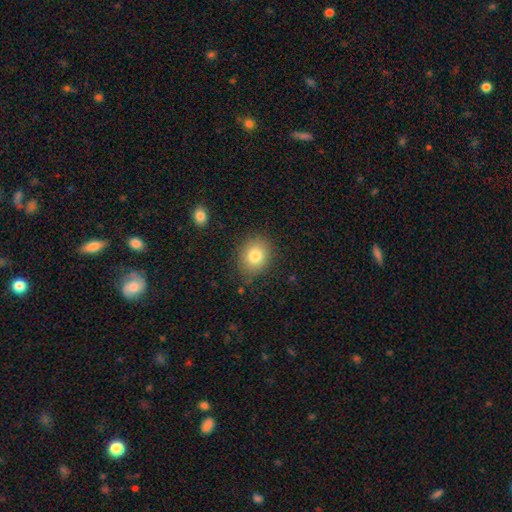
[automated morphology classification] The model was most divided on "how rounded": round: 64%, in between: 35%, cigar-shaped: 1%. More confident: merging — none (82%); smooth or featured — smooth (81%).